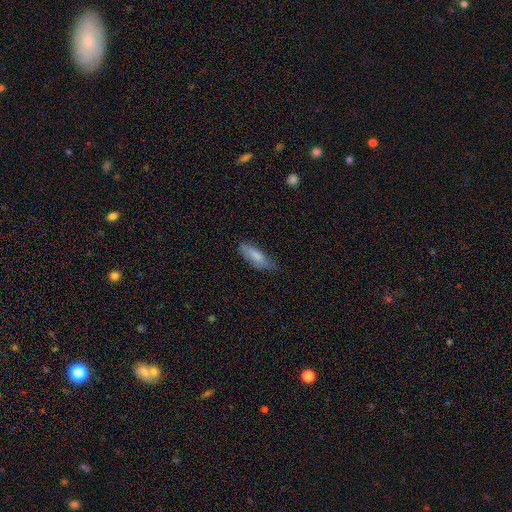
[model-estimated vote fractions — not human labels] Q: Smooth or featured?
A: smooth (79%); runner-up: featured or disk (14%)
Q: How rounded?
A: in between (56%); runner-up: cigar-shaped (42%)
Q: Merging?
A: none (61%); runner-up: minor disturbance (30%)